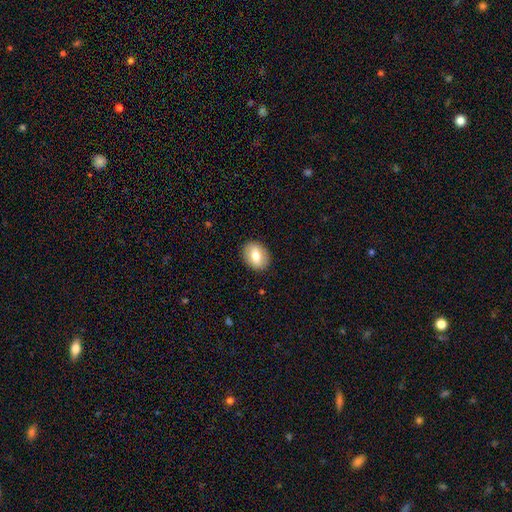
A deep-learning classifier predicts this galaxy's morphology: type=smooth (69%); roundness=in between (64%); merging=none (89%).